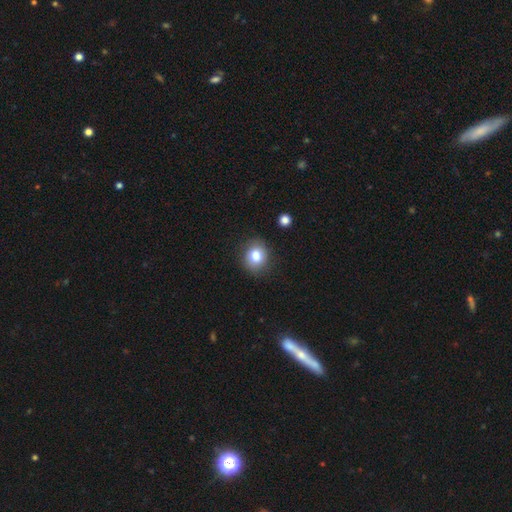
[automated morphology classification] Overall: smooth (81%). How rounded: round (75%). Merging: none (85%).